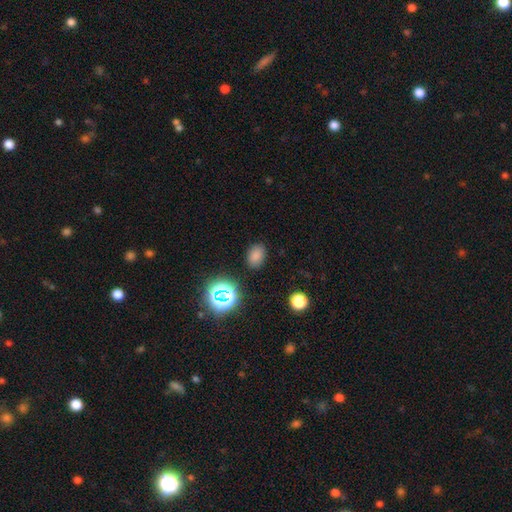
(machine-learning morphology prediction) type=smooth (76%); roundness=in between (79%); merging=none (84%).